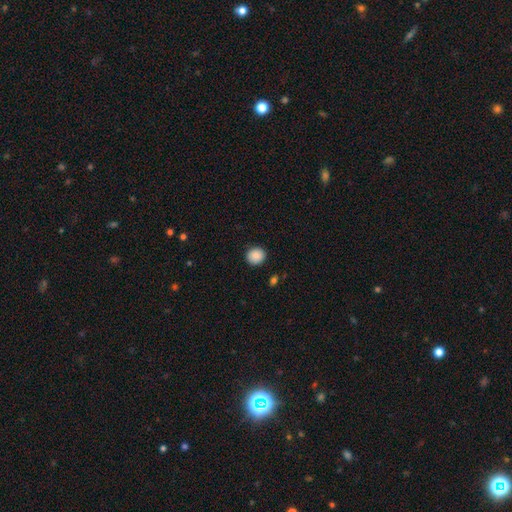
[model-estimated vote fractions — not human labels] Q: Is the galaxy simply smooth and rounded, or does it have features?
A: smooth — 89%.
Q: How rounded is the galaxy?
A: round — 84%.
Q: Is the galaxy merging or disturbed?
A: none — 91%.